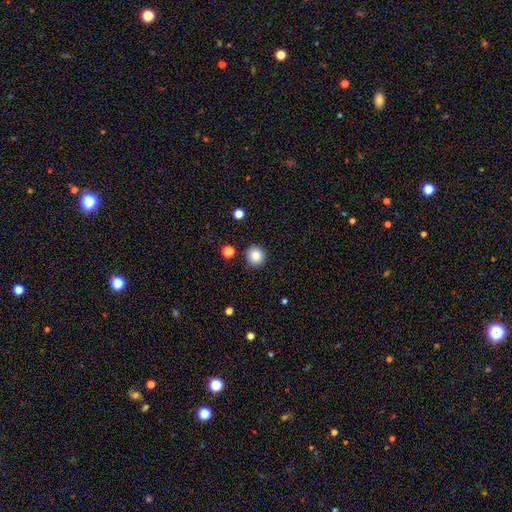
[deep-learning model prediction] A smooth galaxy with no disk features (85%) that is round (89%).

Vote fractions:
- Smooth or featured? smooth: 85% / star or artifact: 10% / featured or disk: 5%
- How rounded? round: 89% / in between: 10% / cigar-shaped: 1%
- Merging? none: 88% / minor disturbance: 8% / merger: 2% / major disturbance: 2%